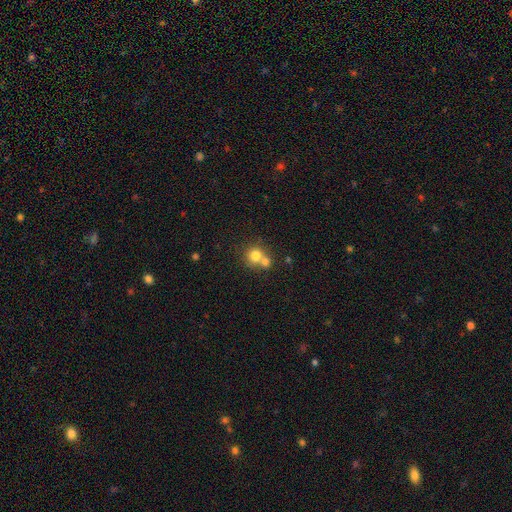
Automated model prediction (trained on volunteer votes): Smooth or featured? Predicted: smooth (p=0.76). How rounded? Predicted: round (p=0.86). Merging? Predicted: merger (p=0.50).